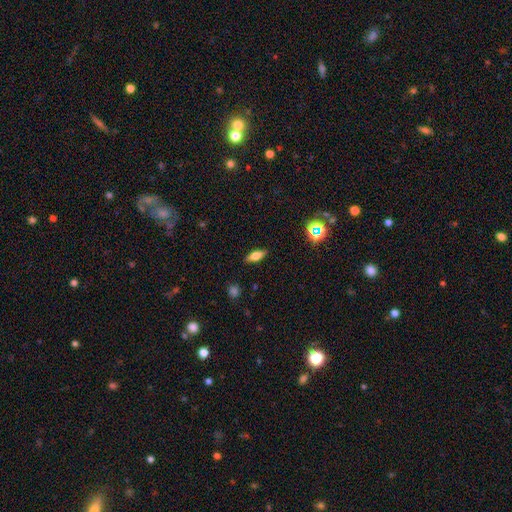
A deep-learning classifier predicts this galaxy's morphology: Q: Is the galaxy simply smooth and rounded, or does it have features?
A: smooth — 63%.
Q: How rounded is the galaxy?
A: in between — 63%.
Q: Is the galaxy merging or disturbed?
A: none — 87%.